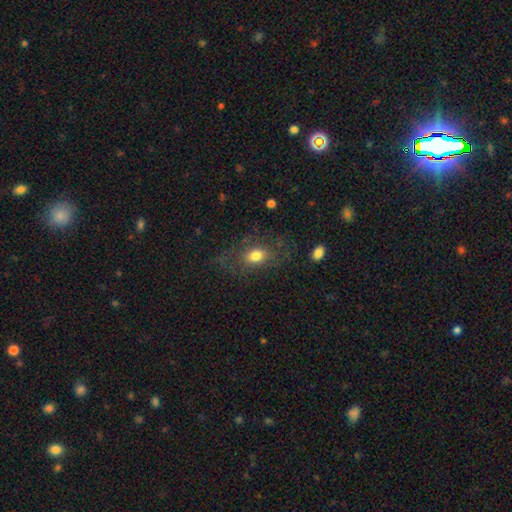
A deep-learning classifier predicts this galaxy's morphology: A smooth galaxy with no disk features (71%) that is in between round and cigar-shaped (74%).

Vote fractions:
- Smooth or featured? smooth: 71% / featured or disk: 18% / star or artifact: 11%
- How rounded? in between: 74% / round: 23% / cigar-shaped: 2%
- Merging? none: 64% / minor disturbance: 19% / major disturbance: 16% / merger: 2%